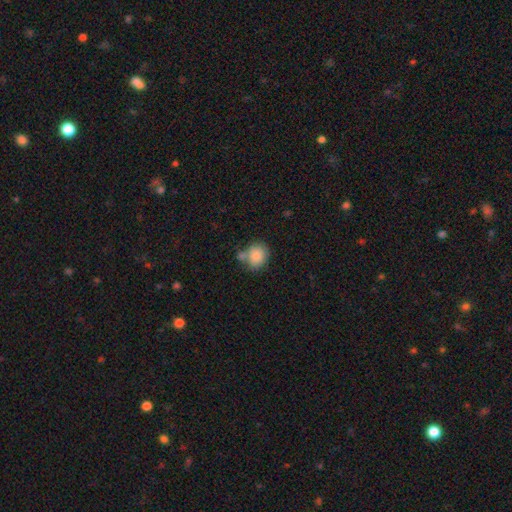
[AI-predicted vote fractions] Q: Smooth or featured?
A: smooth (85%); runner-up: star or artifact (8%)
Q: How rounded?
A: round (71%); runner-up: in between (28%)
Q: Merging?
A: none (55%); runner-up: merger (24%)